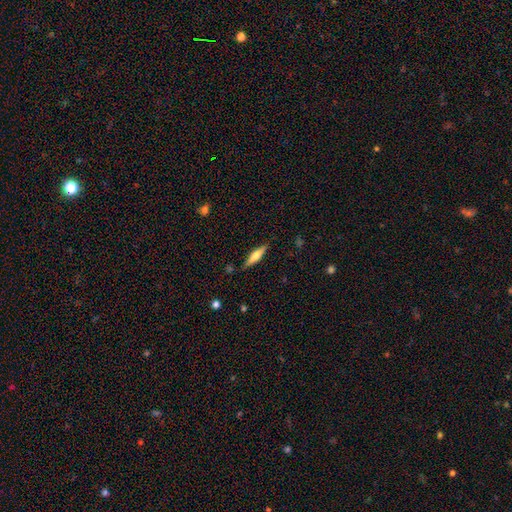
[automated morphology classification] Overall: smooth (49%; featured or disk 45%). Merging: none (86%).